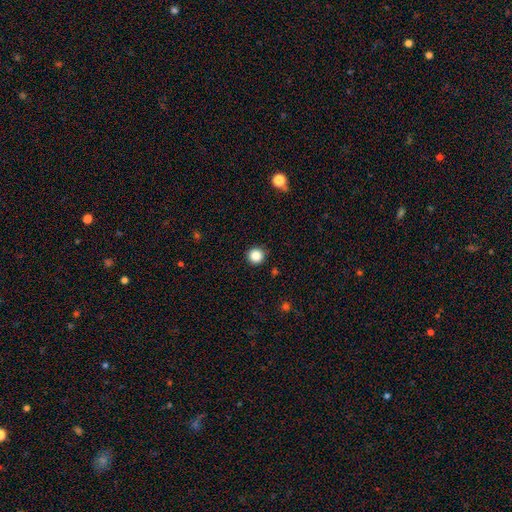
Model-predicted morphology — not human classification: This is clearly a smooth galaxy (86%). How rounded: clearly round (95%). Merging: clearly none (92%).